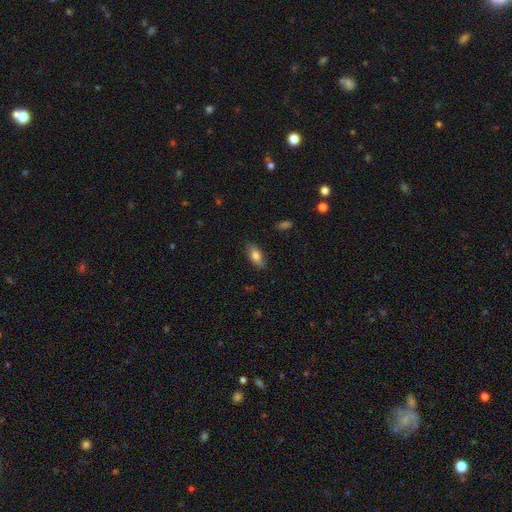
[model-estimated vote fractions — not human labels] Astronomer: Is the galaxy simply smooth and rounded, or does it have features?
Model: smooth — 80%.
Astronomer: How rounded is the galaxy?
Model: in between — 89%.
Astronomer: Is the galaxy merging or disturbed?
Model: none — 83%.